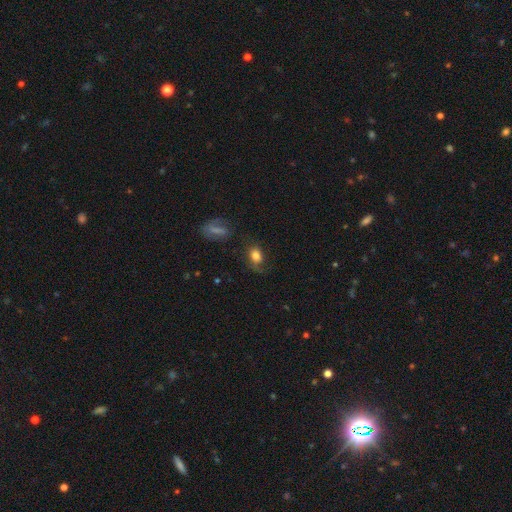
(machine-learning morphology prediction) Smooth or featured? smooth (73%)
How rounded? in between (67%)
Merging? none (52%)